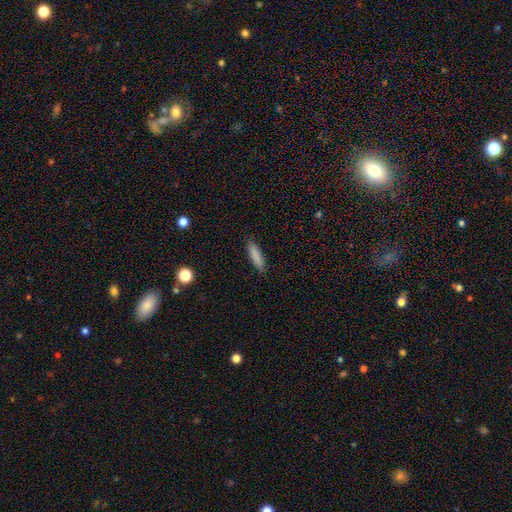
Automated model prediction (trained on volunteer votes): This is clearly a smooth galaxy (86%). How rounded: likely cigar-shaped (69%). Merging: clearly none (88%).